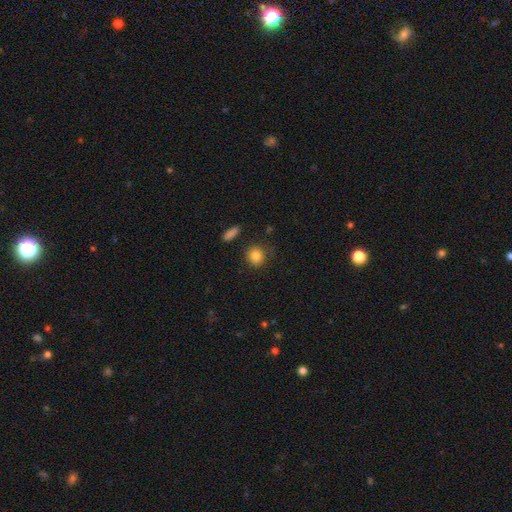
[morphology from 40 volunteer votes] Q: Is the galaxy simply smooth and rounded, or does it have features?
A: smooth — 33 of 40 (82%).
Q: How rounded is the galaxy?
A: round — 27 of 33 (82%).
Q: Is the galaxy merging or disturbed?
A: none — 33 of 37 (89%).